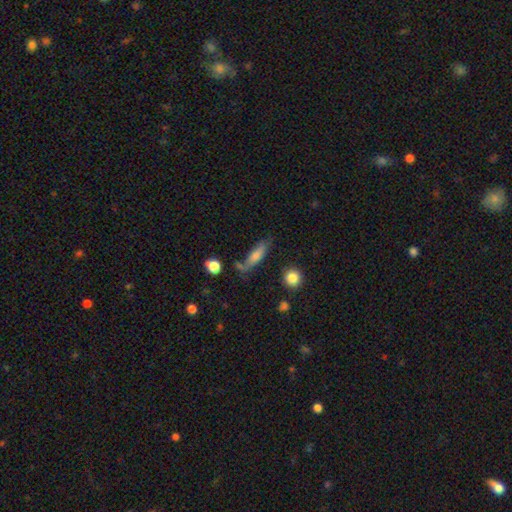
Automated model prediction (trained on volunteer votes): The model was most divided on "how rounded": cigar-shaped: 59%, in between: 37%, round: 4%. More confident: smooth or featured — smooth (67%); merging — none (60%).